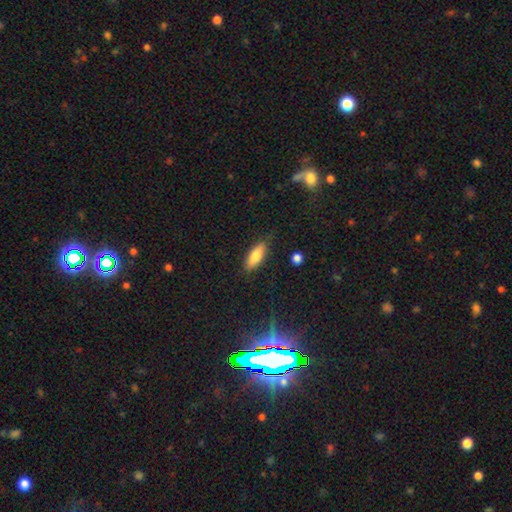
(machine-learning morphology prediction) Q: Smooth or featured?
A: smooth (78%); runner-up: featured or disk (15%)
Q: How rounded?
A: in between (68%); runner-up: cigar-shaped (30%)
Q: Merging?
A: none (80%); runner-up: minor disturbance (15%)